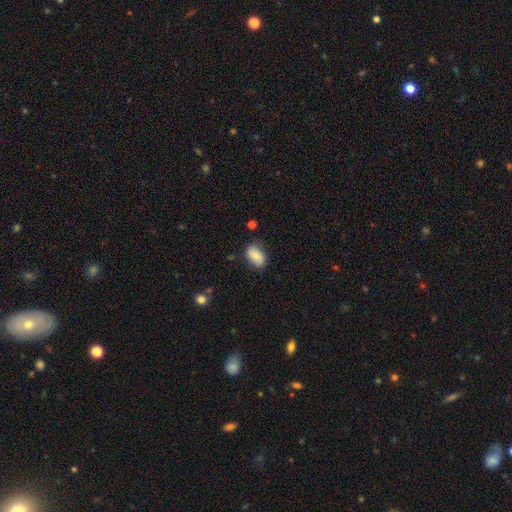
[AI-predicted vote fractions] This appears to be a smooth galaxy with no disk features (79%) that is in between round and cigar-shaped (89%). Merging: none (76%).